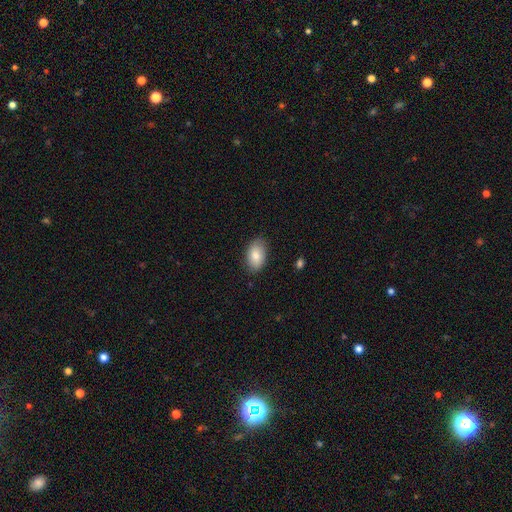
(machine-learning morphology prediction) A smooth galaxy with no disk features (80%) that is in between round and cigar-shaped (92%).

Vote fractions:
- Smooth or featured? smooth: 80% / featured or disk: 14% / star or artifact: 7%
- How rounded? in between: 92% / round: 7% / cigar-shaped: 1%
- Merging? none: 82% / minor disturbance: 15% / major disturbance: 3% / merger: 1%